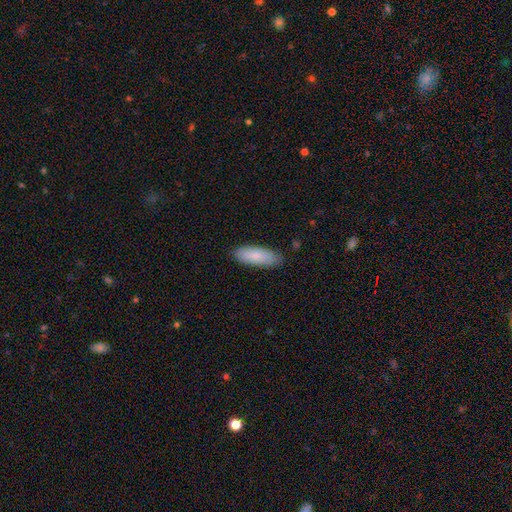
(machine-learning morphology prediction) Overall: smooth (85%). How rounded: in between (65%; cigar-shaped 33%). Merging: none (85%).